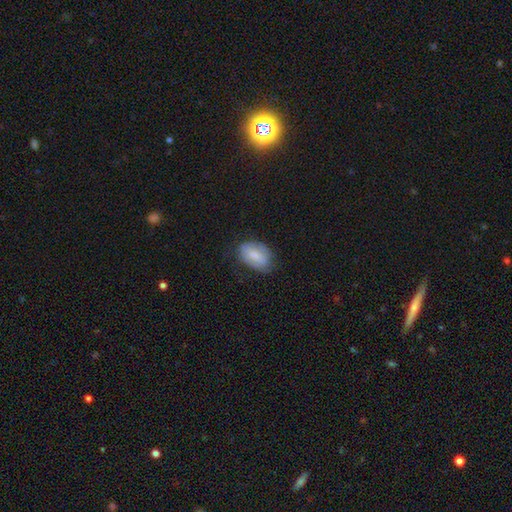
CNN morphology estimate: This appears to be a smooth galaxy with no disk features (71%) that is in between round and cigar-shaped (89%). Merging: none (67%).